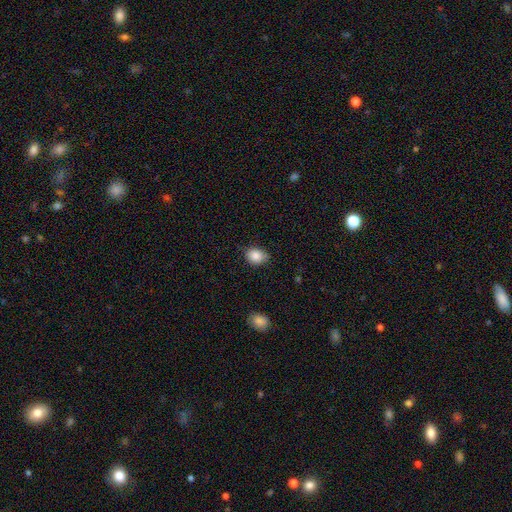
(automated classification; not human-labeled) Morphology: type=smooth (87%); roundness=in between (64%); merging=none (77%).